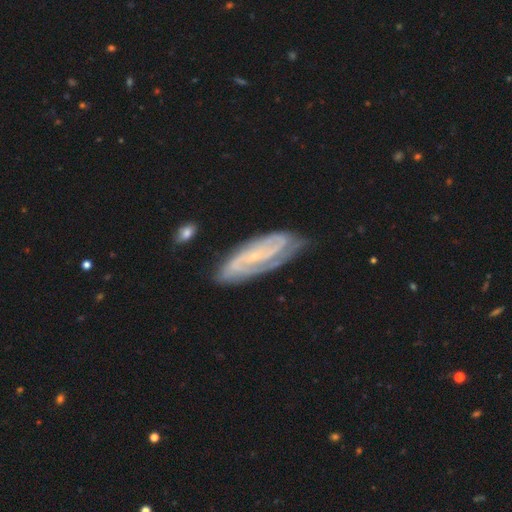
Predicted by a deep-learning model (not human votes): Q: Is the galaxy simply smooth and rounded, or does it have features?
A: featured or disk — 83%.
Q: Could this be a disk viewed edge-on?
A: no — 92%.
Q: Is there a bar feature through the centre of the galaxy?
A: no — 47%.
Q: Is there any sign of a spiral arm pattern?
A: yes — 95%.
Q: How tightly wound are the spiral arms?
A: tight — 51%.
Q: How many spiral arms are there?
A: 2 — 52%.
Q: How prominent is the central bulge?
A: small — 76%.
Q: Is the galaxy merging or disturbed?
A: none — 74%.